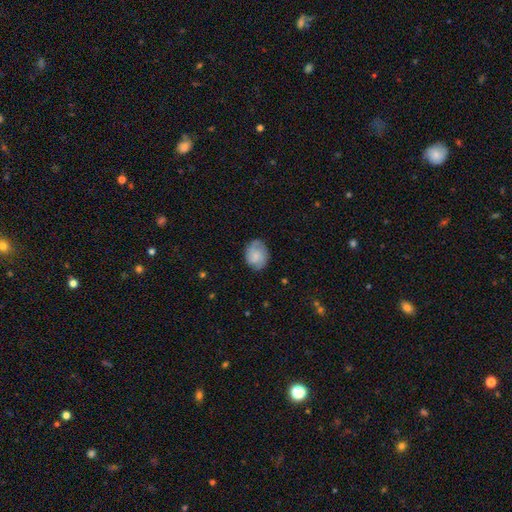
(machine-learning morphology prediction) Smooth or featured? smooth (47%)
Merging? none (75%)